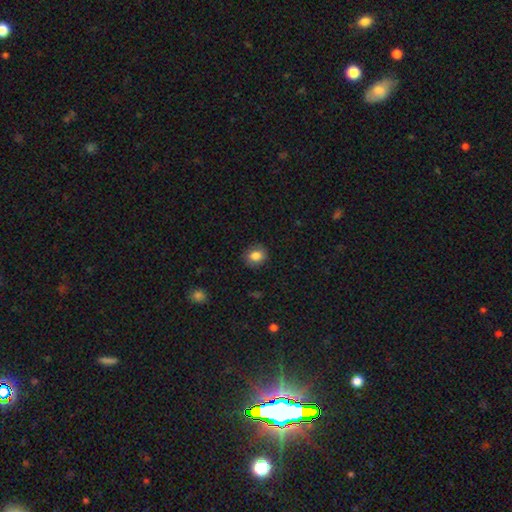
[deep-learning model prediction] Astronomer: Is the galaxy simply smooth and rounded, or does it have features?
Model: smooth — 85%.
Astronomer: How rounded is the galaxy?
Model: round — 67%.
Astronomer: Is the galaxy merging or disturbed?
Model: none — 86%.